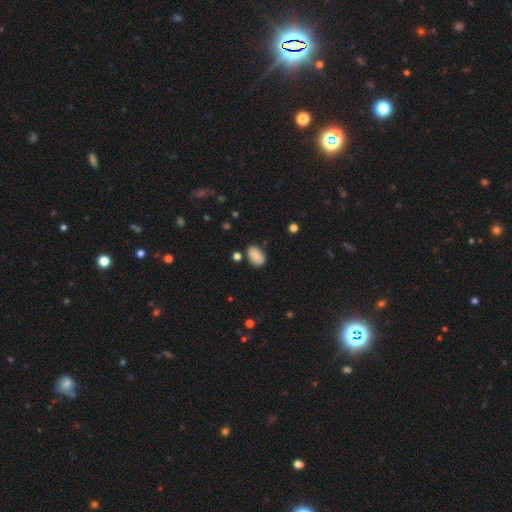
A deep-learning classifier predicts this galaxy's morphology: Smooth or featured? Predicted: smooth (p=0.87). How rounded? Predicted: in between (p=0.91). Merging? Predicted: none (p=0.76).